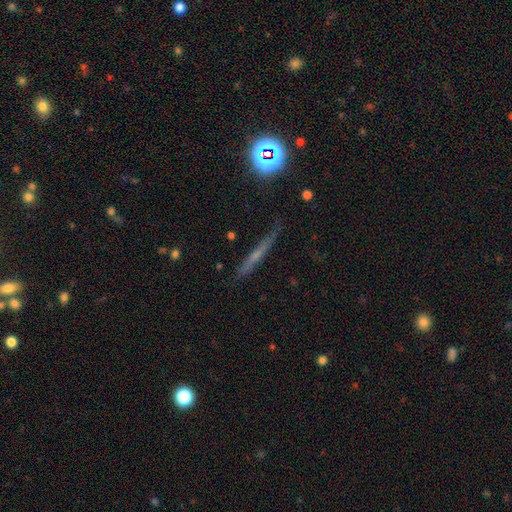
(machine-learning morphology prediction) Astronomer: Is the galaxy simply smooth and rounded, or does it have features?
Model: featured or disk — 49% (runner-up: smooth, 37%).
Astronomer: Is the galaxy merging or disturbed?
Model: none — 81%.